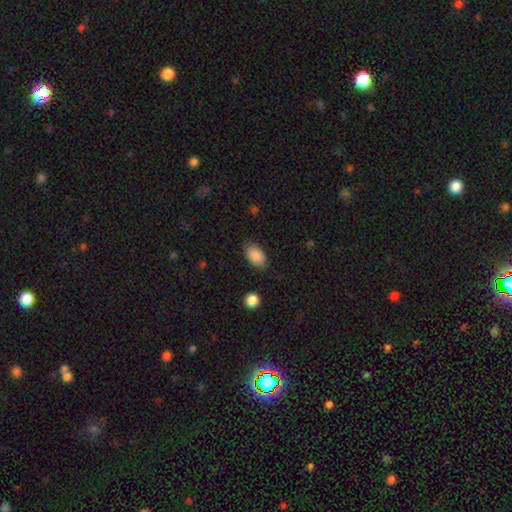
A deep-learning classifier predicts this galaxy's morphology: smooth_or_featured: smooth (p=0.88) [alt: star or artifact p=0.07]
how_rounded: in between (p=0.92) [alt: round p=0.06]
merging: none (p=0.83) [alt: minor disturbance p=0.13]